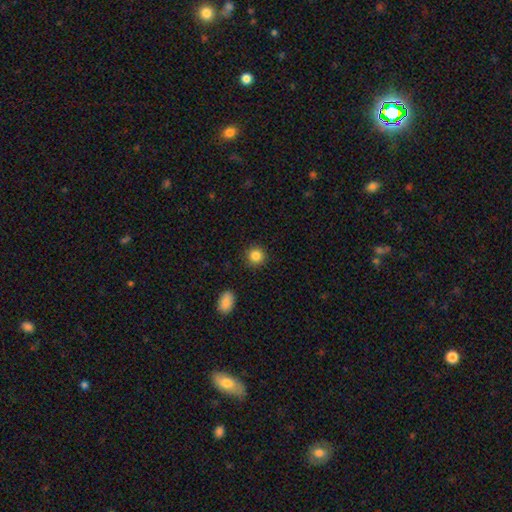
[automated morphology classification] Q: Smooth or featured?
A: smooth (85%); runner-up: star or artifact (11%)
Q: How rounded?
A: round (92%); runner-up: in between (7%)
Q: Merging?
A: none (90%); runner-up: minor disturbance (6%)